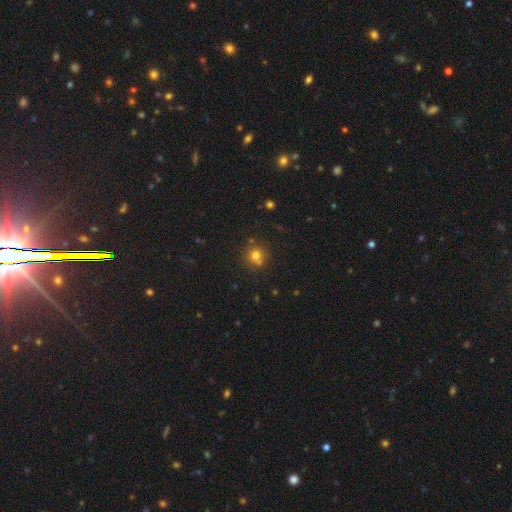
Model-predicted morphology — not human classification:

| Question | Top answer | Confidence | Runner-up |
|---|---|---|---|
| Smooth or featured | smooth | 73% | star or artifact (16%) |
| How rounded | round | 86% | in between (13%) |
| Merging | none | 69% | merger (15%) |